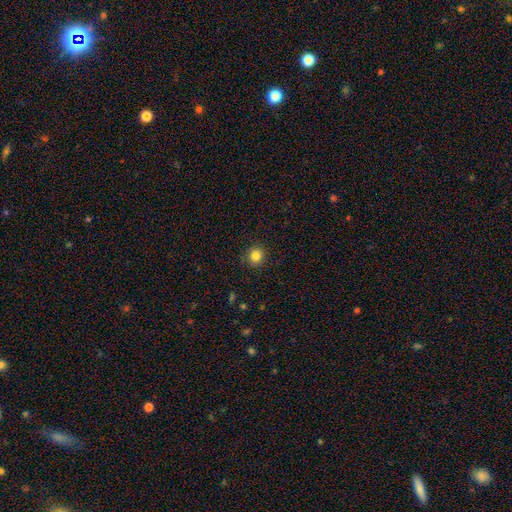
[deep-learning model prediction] smooth-or-featured: smooth: 82% | star or artifact: 12% | featured or disk: 6%
  how-rounded: round: 89% | in between: 10% | cigar-shaped: 1%
  merging: none: 90% | minor disturbance: 7% | major disturbance: 2% | merger: 1%